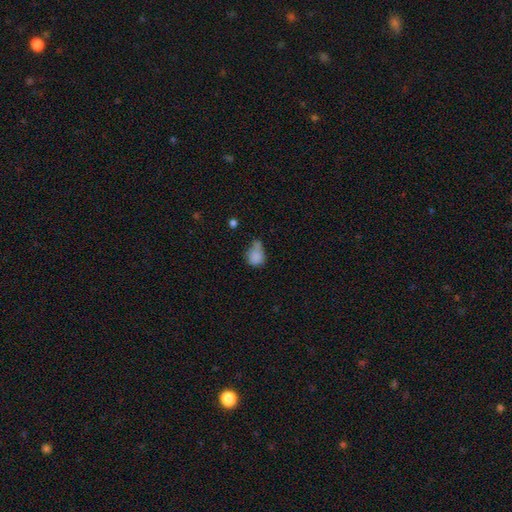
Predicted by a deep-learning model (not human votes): Smooth or featured?
  - smooth: 79% *
  - star or artifact: 11%
  - featured or disk: 10%
How rounded?
  - in between: 51% *
  - round: 47%
  - cigar-shaped: 1%
Merging?
  - minor disturbance: 34% *
  - none: 31%
  - major disturbance: 18%
  - merger: 17%